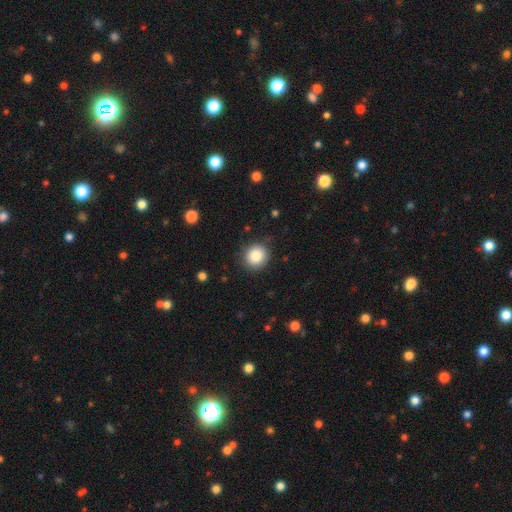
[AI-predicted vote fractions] Smooth or featured?
  - smooth: 85% *
  - star or artifact: 9%
  - featured or disk: 6%
How rounded?
  - round: 88% *
  - in between: 11%
  - cigar-shaped: 1%
Merging?
  - none: 87% *
  - minor disturbance: 9%
  - major disturbance: 2%
  - merger: 1%